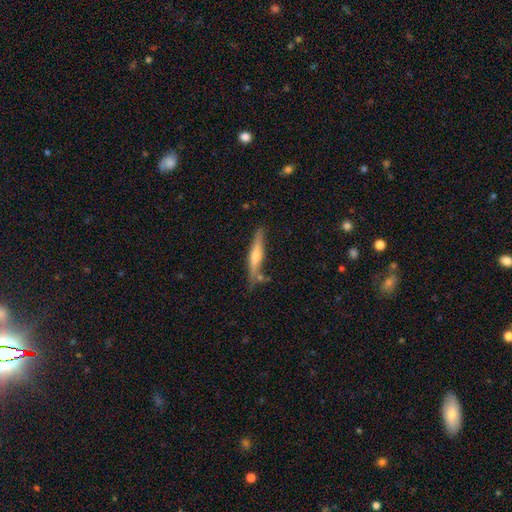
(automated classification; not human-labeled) This appears to be a featured or disk galaxy (63%) viewed edge-on (96%) with a rounded central bulge (84%). Merging: none (79%).